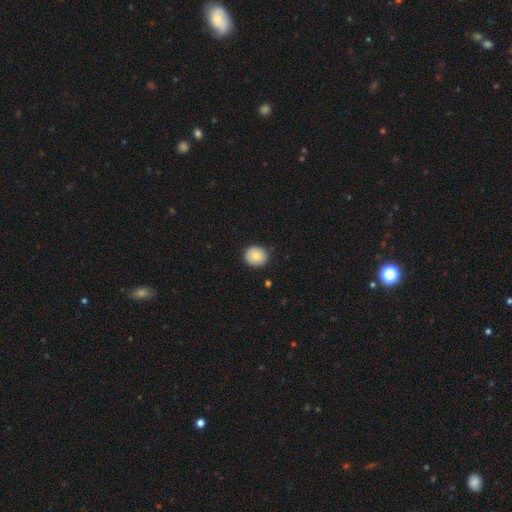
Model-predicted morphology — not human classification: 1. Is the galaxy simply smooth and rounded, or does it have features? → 78% smooth, 14% featured or disk, 8% star or artifact.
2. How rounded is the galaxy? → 85% round, 14% in between, 1% cigar-shaped.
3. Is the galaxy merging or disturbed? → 89% none, 8% minor disturbance, 2% major disturbance, 1% merger.